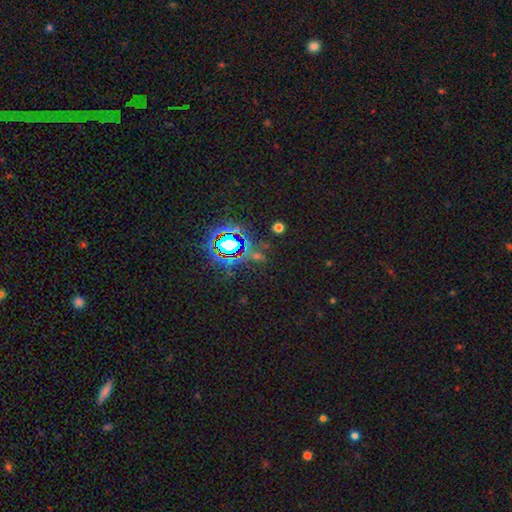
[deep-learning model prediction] smooth_or_featured: star or artifact (p=0.74) [alt: smooth p=0.17]